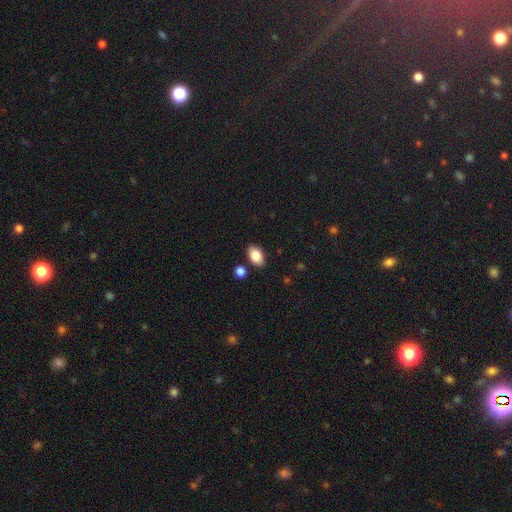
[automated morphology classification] Smooth or featured? smooth (85%)
How rounded? in between (87%)
Merging? none (83%)